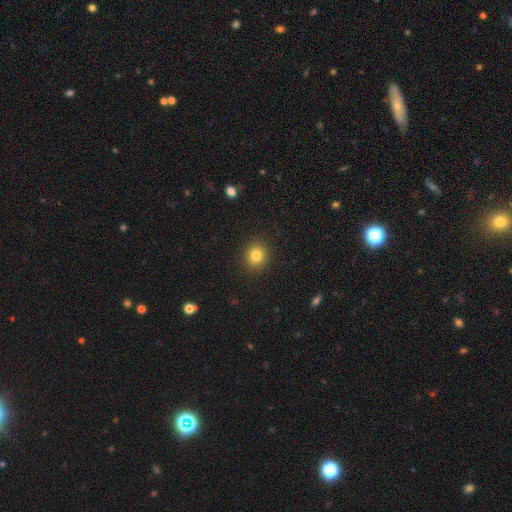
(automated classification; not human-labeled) Smooth or featured: smooth — 83% (star or artifact — 11%)
How rounded: round — 83% (in between — 17%)
Merging: none — 91% (minor disturbance — 6%)